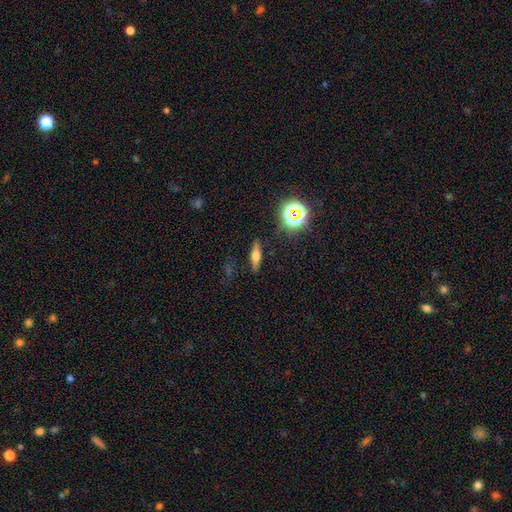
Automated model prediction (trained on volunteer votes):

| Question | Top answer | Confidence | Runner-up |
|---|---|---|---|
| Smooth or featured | featured or disk | 44% | smooth (41%) |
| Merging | none | 86% | minor disturbance (9%) |